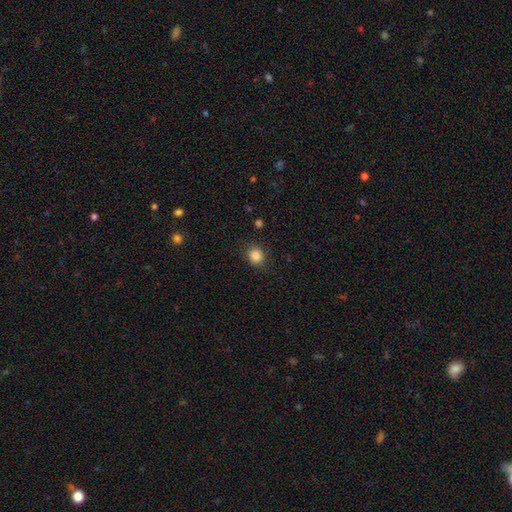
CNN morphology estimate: Smooth or featured? smooth (85%)
How rounded? round (85%)
Merging? none (87%)